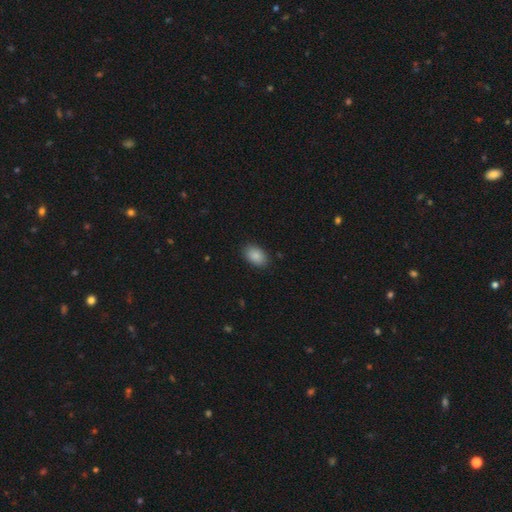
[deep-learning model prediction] Smooth or featured? Predicted: smooth (p=0.88). How rounded? Predicted: in between (p=0.87). Merging? Predicted: none (p=0.87).